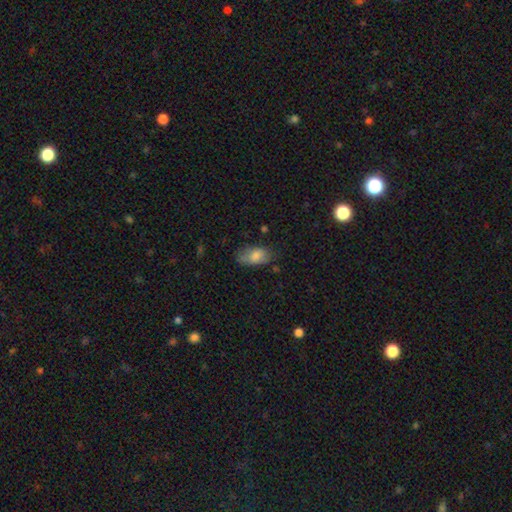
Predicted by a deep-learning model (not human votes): Smooth or featured: smooth — 78% (featured or disk — 14%)
How rounded: in between — 91% (round — 5%)
Merging: none — 58% (minor disturbance — 29%)